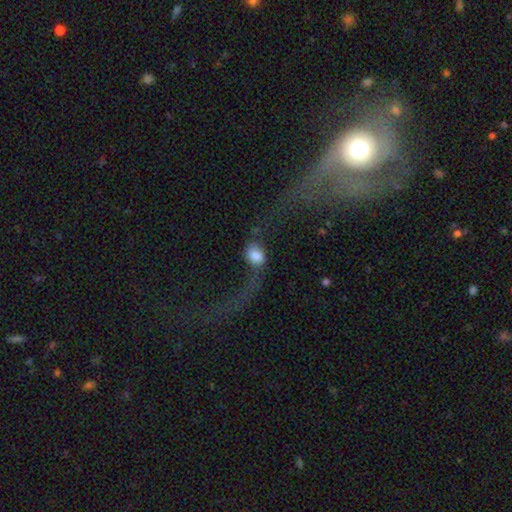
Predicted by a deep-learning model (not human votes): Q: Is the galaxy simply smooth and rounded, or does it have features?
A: smooth — 70%.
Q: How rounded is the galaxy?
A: in between — 67%.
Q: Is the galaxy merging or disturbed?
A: major disturbance — 45%.